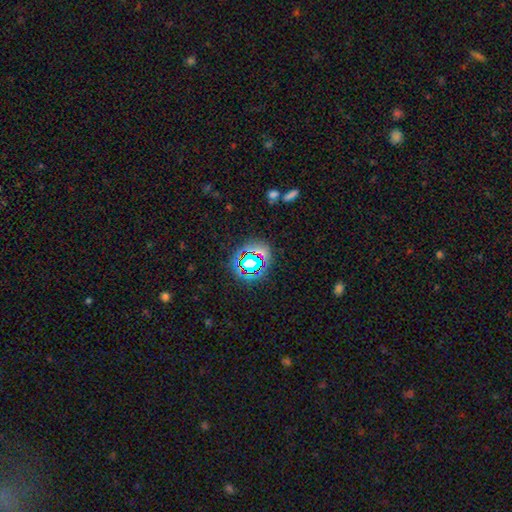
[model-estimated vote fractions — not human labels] Smooth or featured: star or artifact — 64% (smooth — 24%)